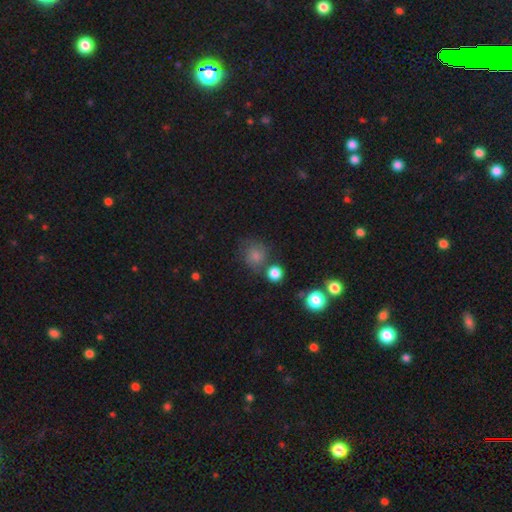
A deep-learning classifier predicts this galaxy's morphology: A smooth galaxy with no disk features (75%) that is round (83%).

Vote fractions:
- Smooth or featured? smooth: 75% / star or artifact: 13% / featured or disk: 11%
- How rounded? round: 83% / in between: 16% / cigar-shaped: 1%
- Merging? none: 62% / minor disturbance: 18% / merger: 12% / major disturbance: 8%